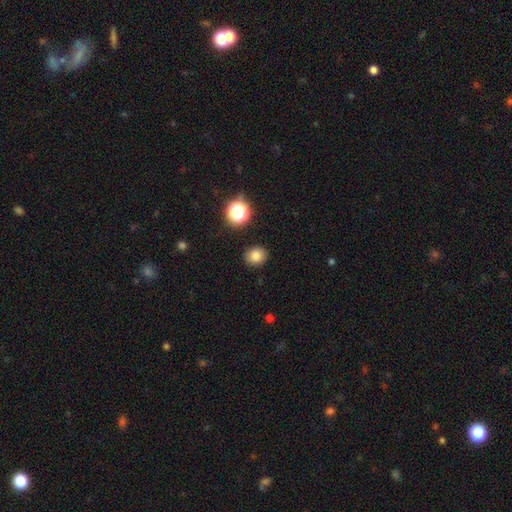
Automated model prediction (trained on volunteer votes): This is clearly a smooth galaxy (81%). How rounded: likely round (70%). Merging: clearly none (88%).